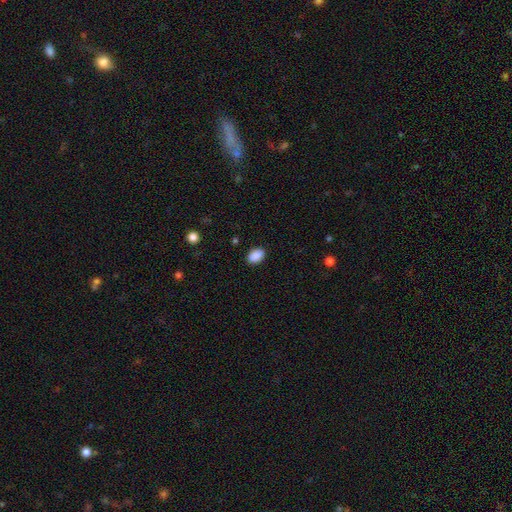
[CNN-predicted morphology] This is clearly a smooth galaxy (89%). How rounded: clearly in between (85%). Merging: clearly none (88%).